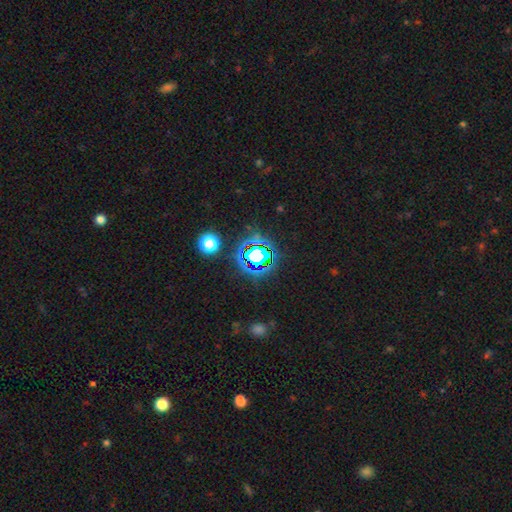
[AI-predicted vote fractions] A star or artifact, not a galaxy (70%).

Vote fractions:
- Smooth or featured? star or artifact: 70% / smooth: 19% / featured or disk: 11%